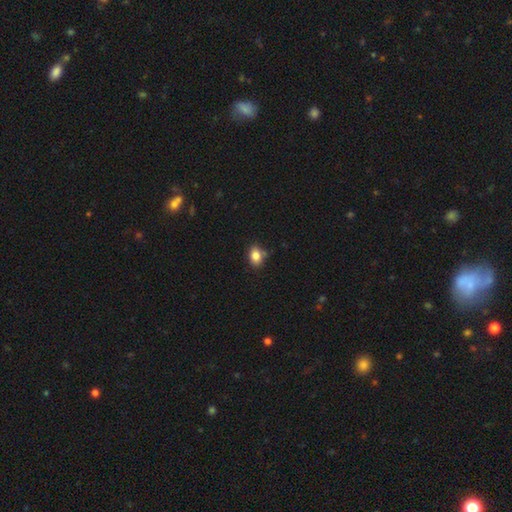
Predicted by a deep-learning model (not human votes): A smooth galaxy with no disk features (85%) that is in between round and cigar-shaped (72%). Merging: none (78%).